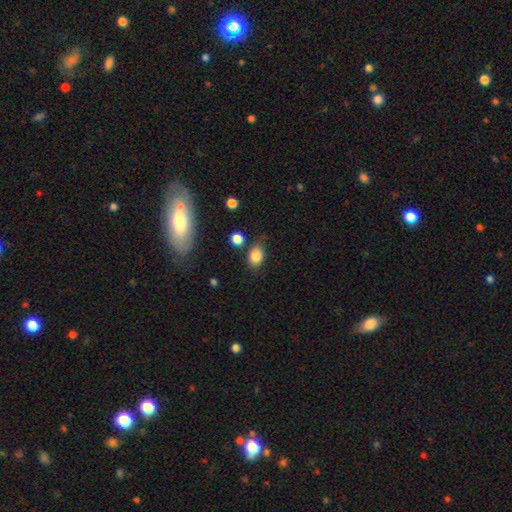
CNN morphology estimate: smooth-or-featured: smooth: 85% | star or artifact: 10% | featured or disk: 6%
  how-rounded: in between: 71% | round: 27% | cigar-shaped: 2%
  merging: none: 74% | minor disturbance: 16% | merger: 5% | major disturbance: 4%